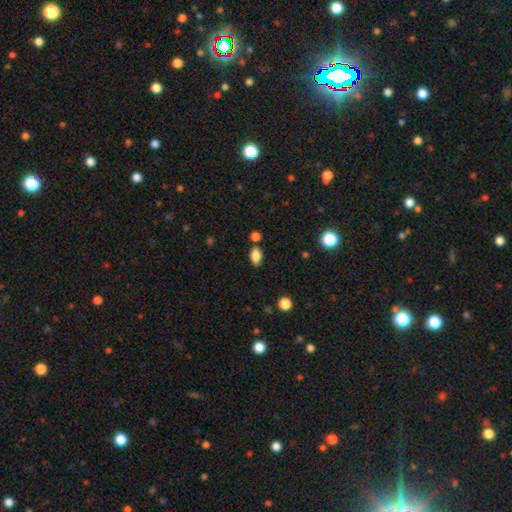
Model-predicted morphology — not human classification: This is clearly a smooth galaxy (85%). How rounded: clearly in between (89%). Merging: likely none (74%).